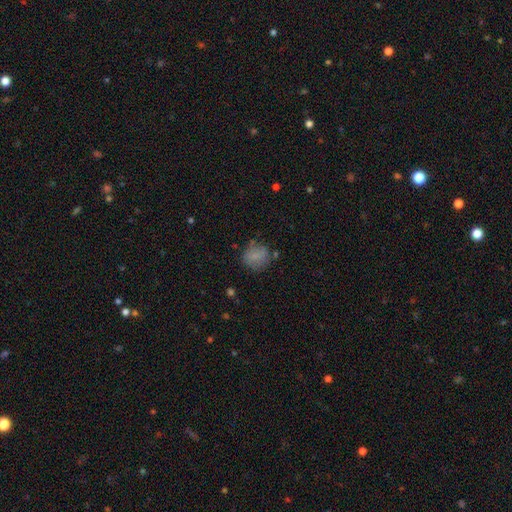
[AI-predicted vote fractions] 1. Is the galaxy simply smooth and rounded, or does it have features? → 78% smooth, 12% featured or disk, 10% star or artifact.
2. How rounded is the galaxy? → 78% round, 21% in between, 1% cigar-shaped.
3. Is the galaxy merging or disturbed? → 71% none, 19% minor disturbance, 6% major disturbance, 3% merger.